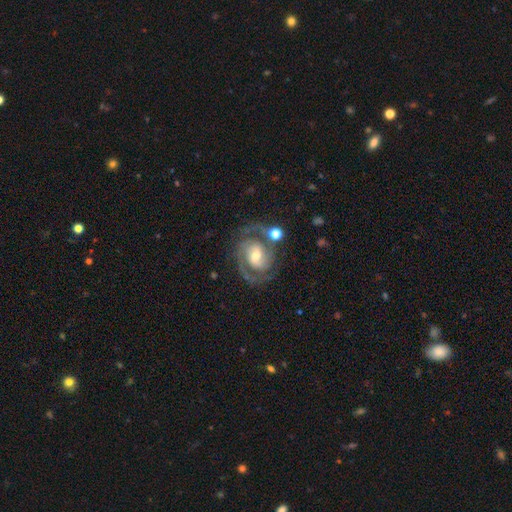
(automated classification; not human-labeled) Smooth or featured: featured or disk — 88% (smooth — 7%)
Edge-on disk: no — 98% (yes — 2%)
Bar: weak — 48% (no — 34%)
Spiral arms: yes — 97% (no — 3%)
Spiral winding: medium — 48% (tight — 43%)
Spiral arm count: 2 — 80% (3 — 8%)
Bulge size: moderate — 60% (small — 29%)
Merging: none — 69% (minor disturbance — 16%)